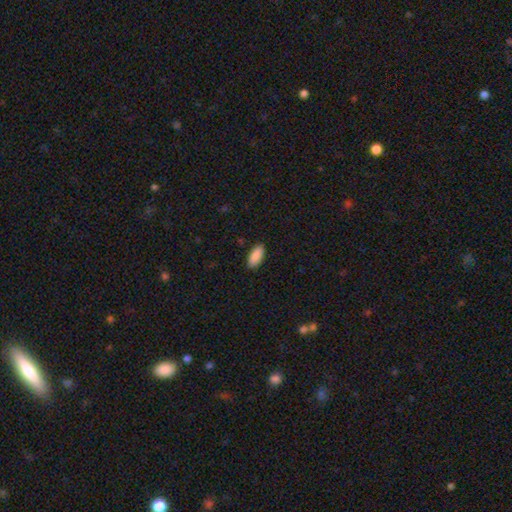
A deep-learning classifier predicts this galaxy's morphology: Overall: smooth (90%). How rounded: in between (87%). Merging: none (89%).